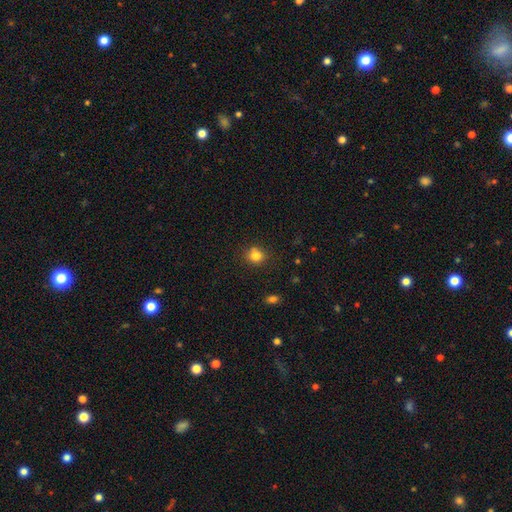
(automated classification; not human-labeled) Smooth or featured? Predicted: smooth (p=0.81). How rounded? Predicted: round (p=0.80). Merging? Predicted: none (p=0.77).